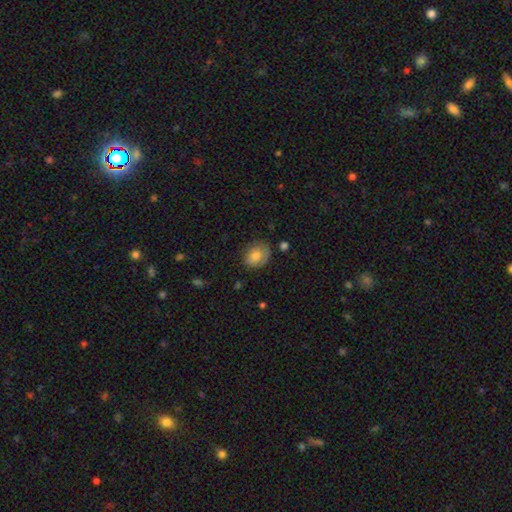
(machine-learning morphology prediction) A smooth galaxy with no disk features (71%) that is in between round and cigar-shaped (59%). Merging: none (69%).